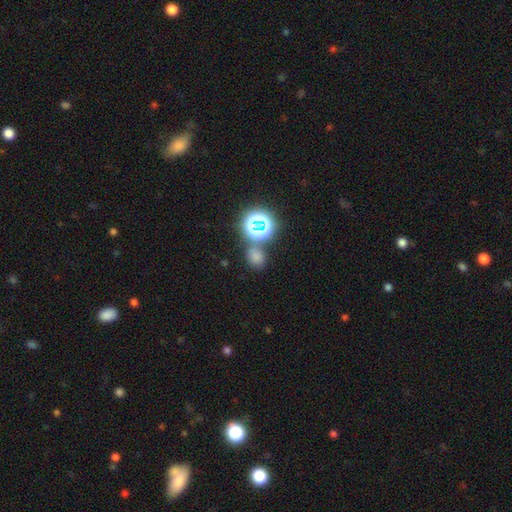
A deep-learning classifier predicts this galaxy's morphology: type=smooth (65%); roundness=round (62%); merging=none (68%).